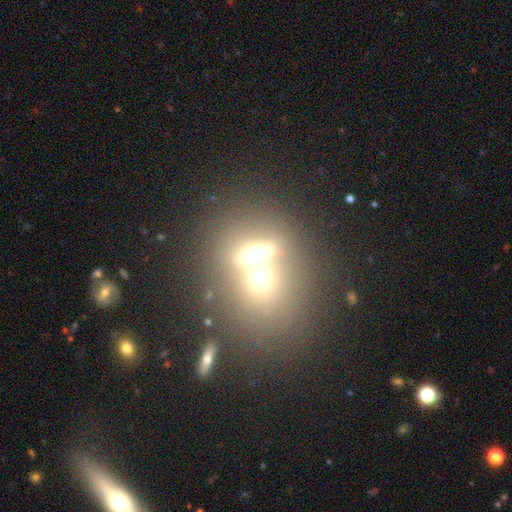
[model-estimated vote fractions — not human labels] Smooth or featured? Predicted: smooth (p=0.47). Merging? Predicted: merger (p=0.46).